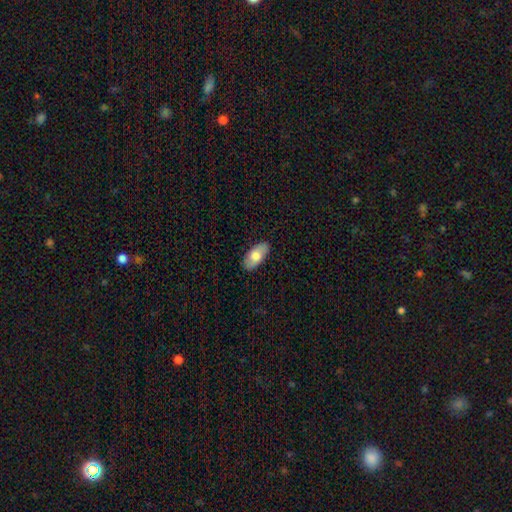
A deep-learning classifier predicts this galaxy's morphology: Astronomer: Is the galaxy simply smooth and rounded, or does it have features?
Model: smooth — 76%.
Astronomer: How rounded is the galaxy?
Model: in between — 92%.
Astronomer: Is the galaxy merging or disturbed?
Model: none — 85%.